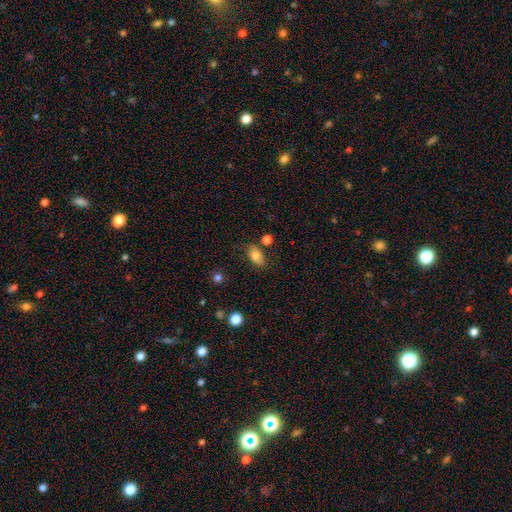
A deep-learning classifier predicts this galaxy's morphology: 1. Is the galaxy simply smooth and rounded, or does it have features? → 77% smooth, 13% featured or disk, 9% star or artifact.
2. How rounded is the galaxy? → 86% in between, 11% round, 3% cigar-shaped.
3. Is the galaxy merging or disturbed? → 71% none, 18% minor disturbance, 6% merger, 5% major disturbance.